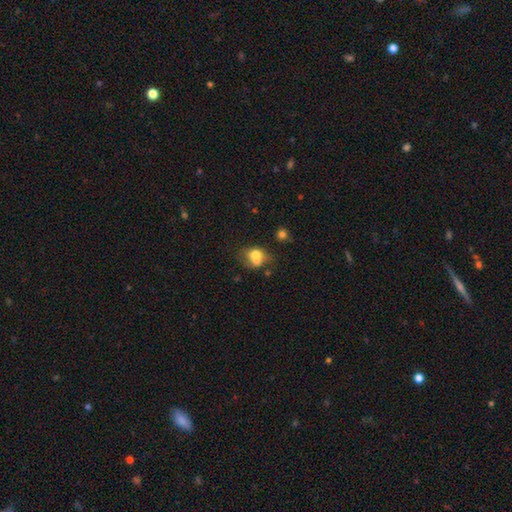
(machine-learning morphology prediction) Smooth or featured?
  - smooth: 69% *
  - featured or disk: 21%
  - star or artifact: 11%
How rounded?
  - in between: 59% *
  - round: 39%
  - cigar-shaped: 2%
Merging?
  - none: 40% *
  - minor disturbance: 27%
  - major disturbance: 17%
  - merger: 16%